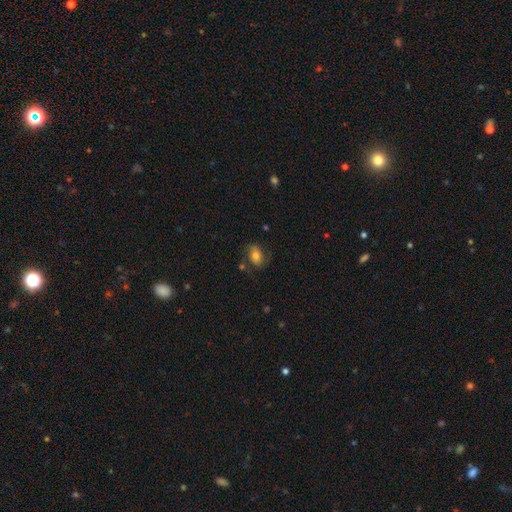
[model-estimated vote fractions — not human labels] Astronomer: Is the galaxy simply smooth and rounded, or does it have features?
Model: smooth — 55% (runner-up: featured or disk, 34%).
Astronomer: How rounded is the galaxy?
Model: in between — 74%.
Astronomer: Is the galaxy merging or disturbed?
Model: none — 65%.